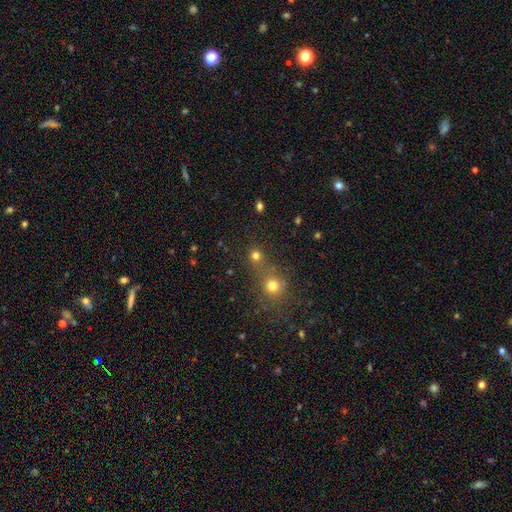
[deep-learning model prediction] A smooth galaxy with no disk features (73%) that is round (88%).

Vote fractions:
- Smooth or featured? smooth: 73% / star or artifact: 20% / featured or disk: 7%
- How rounded? round: 88% / in between: 10% / cigar-shaped: 1%
- Merging? none: 57% / merger: 32% / minor disturbance: 7% / major disturbance: 4%